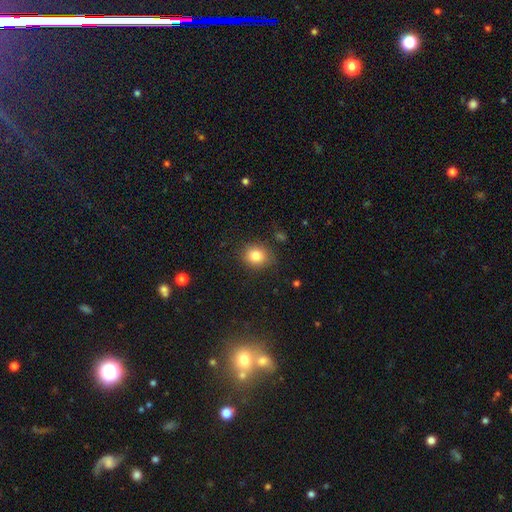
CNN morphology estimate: This appears to be a smooth galaxy with no disk features (83%) that is round (70%). Merging: none (81%).